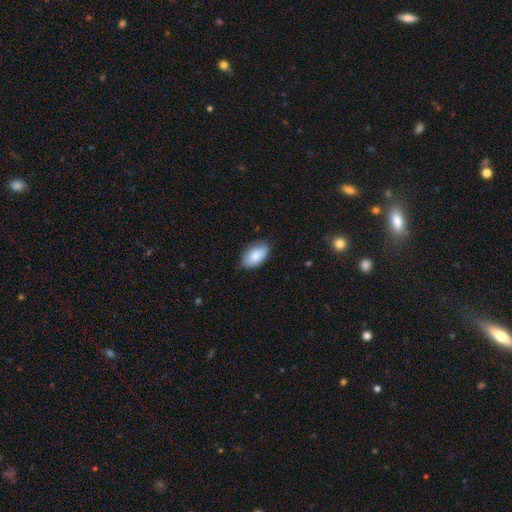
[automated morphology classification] The model was most divided on "merging": none: 81%, minor disturbance: 16%, major disturbance: 3%, merger: 1%. More confident: how rounded — in between (94%); smooth or featured — smooth (85%).